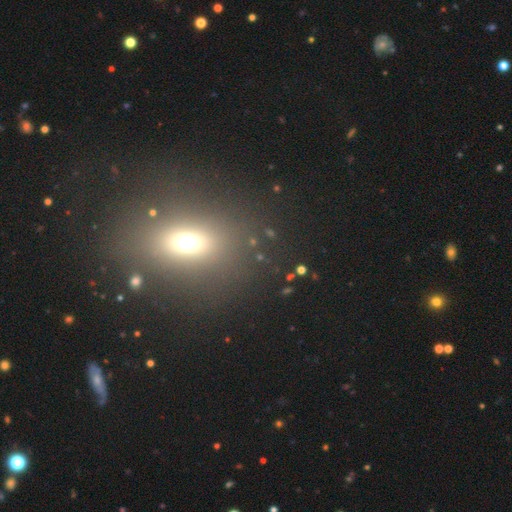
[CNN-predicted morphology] type=smooth (54%); roundness=in between (65%); merging=none (84%).